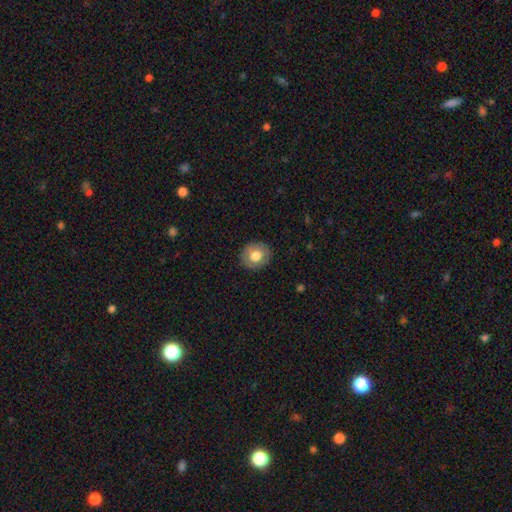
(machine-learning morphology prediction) A smooth galaxy with no disk features (71%) that is round (80%). Merging: none (88%).